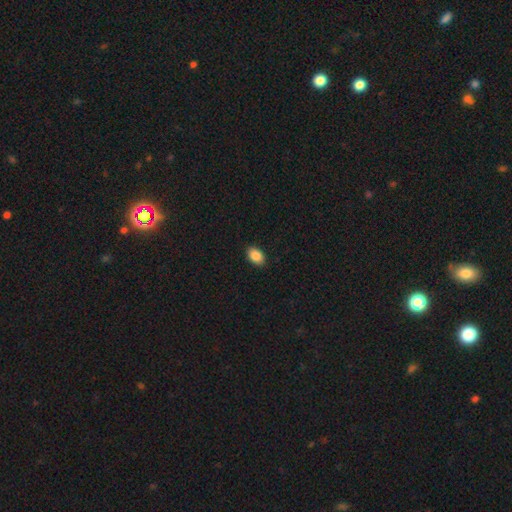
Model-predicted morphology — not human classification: A smooth galaxy with no disk features (88%) that is in between round and cigar-shaped (86%). Merging: none (90%).